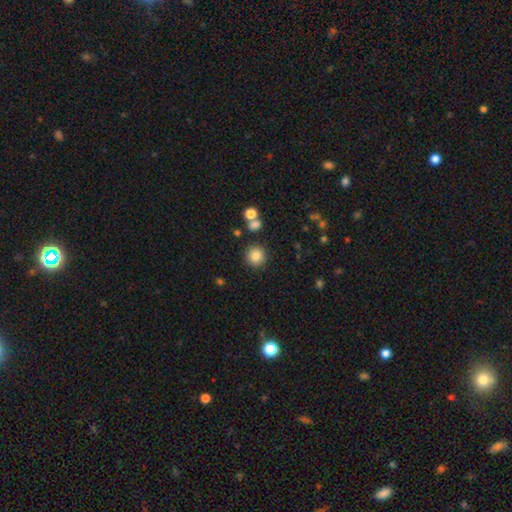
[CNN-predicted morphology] This is clearly a smooth galaxy (83%). How rounded: clearly round (93%). Merging: clearly none (86%).